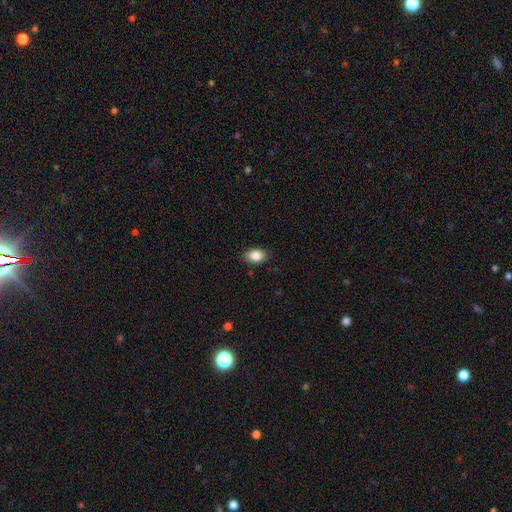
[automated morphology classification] smooth 86%, star or artifact 8%, featured or disk 6%. Down the decision tree: how rounded — in between (86%); merging — none (87%).